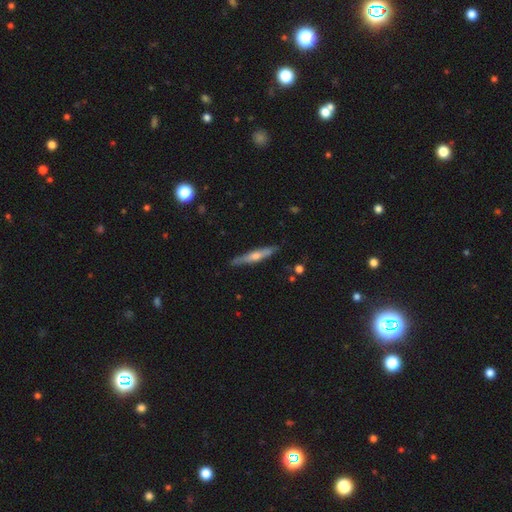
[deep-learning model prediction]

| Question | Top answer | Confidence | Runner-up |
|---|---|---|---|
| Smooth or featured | featured or disk | 57% | smooth (37%) |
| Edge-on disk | yes | 95% | no (5%) |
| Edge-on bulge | rounded | 80% | none (13%) |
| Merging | none | 85% | minor disturbance (11%) |